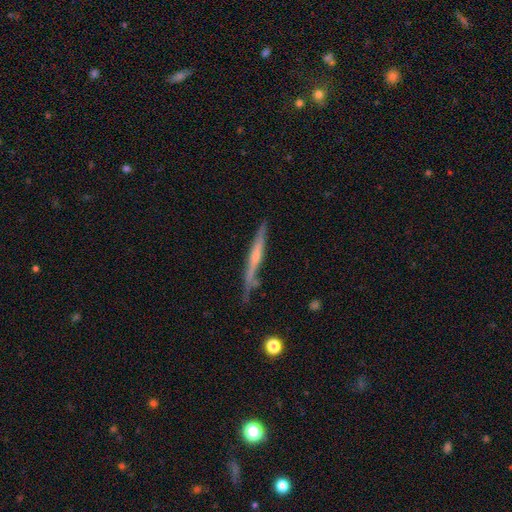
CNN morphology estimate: smooth-or-featured: featured or disk: 63% | smooth: 28% | star or artifact: 9%
  disk-edge-on: yes: 94% | no: 6%
    edge-on-bulge: rounded: 59% | none: 33% | boxy: 7%
  merging: none: 81% | minor disturbance: 14% | major disturbance: 3% | merger: 2%